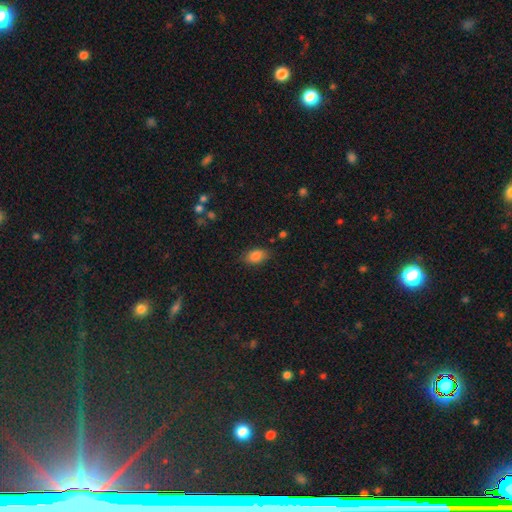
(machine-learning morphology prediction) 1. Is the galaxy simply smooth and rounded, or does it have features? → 85% smooth, 9% star or artifact, 6% featured or disk.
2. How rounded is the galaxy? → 87% in between, 11% round, 2% cigar-shaped.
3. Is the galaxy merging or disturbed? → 81% none, 14% minor disturbance, 3% major disturbance, 1% merger.